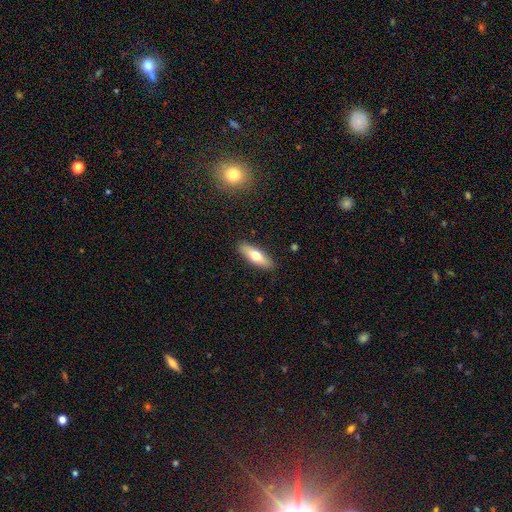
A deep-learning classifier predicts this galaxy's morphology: Q: Smooth or featured?
A: smooth (64%); runner-up: featured or disk (30%)
Q: How rounded?
A: in between (51%); runner-up: cigar-shaped (46%)
Q: Merging?
A: none (89%); runner-up: minor disturbance (8%)